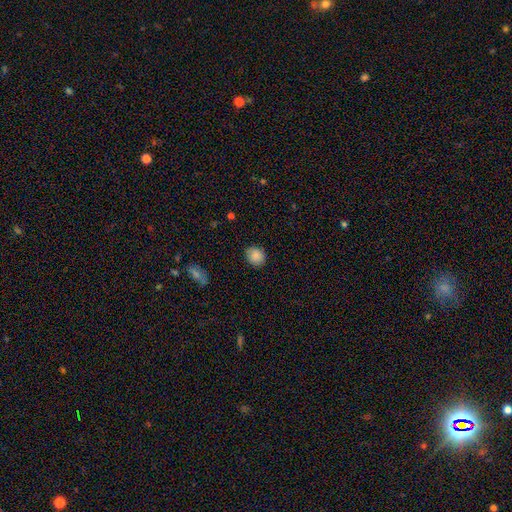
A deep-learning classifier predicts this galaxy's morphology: This is clearly a smooth galaxy (86%). How rounded: likely round (74%). Merging: clearly none (85%).